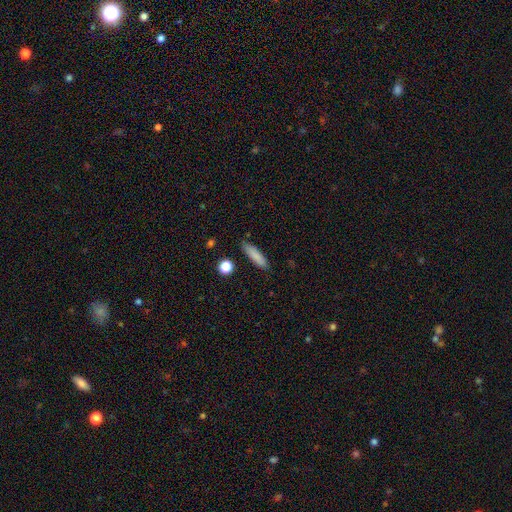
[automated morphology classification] Smooth or featured: smooth — 82% (featured or disk — 10%)
How rounded: cigar-shaped — 73% (in between — 25%)
Merging: none — 85% (minor disturbance — 11%)